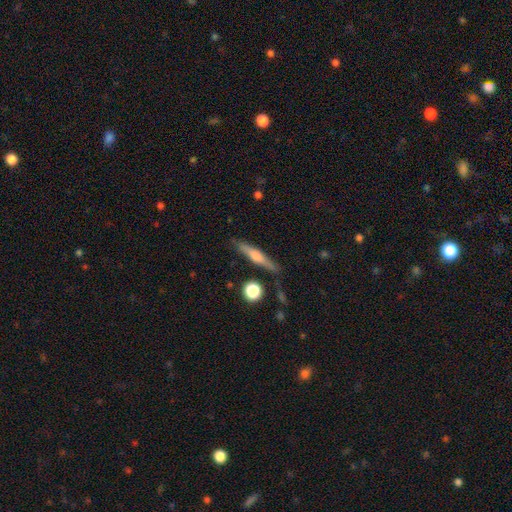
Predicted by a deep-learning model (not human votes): This is possibly a featured or disk galaxy (52%). It is clearly viewed edge-on (95%). Merging: clearly none (83%).